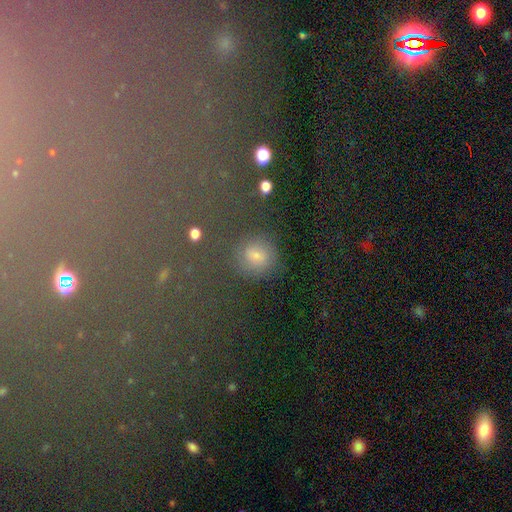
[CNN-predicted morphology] smooth-or-featured: smooth: 64% | star or artifact: 20% | featured or disk: 16%
  how-rounded: round: 79% | in between: 19% | cigar-shaped: 2%
  merging: none: 75% | minor disturbance: 14% | major disturbance: 7% | merger: 5%